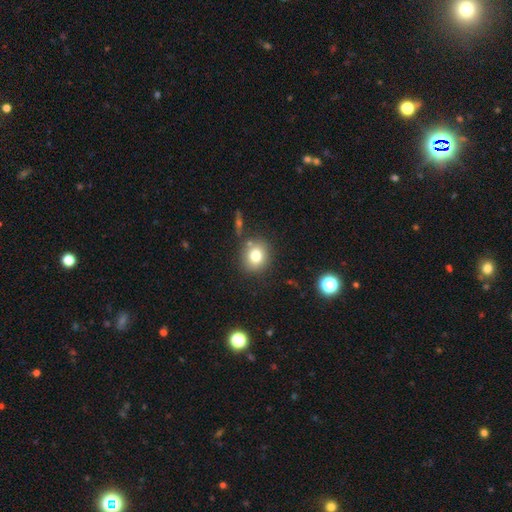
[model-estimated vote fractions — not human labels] Smooth or featured? Predicted: smooth (p=0.78). How rounded? Predicted: round (p=0.78). Merging? Predicted: none (p=0.79).